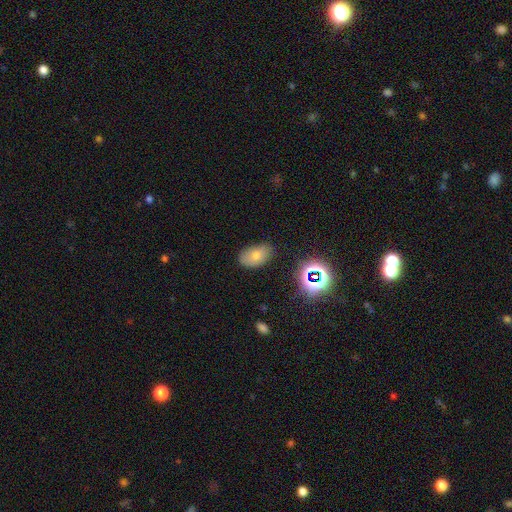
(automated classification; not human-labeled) Smooth or featured: smooth — 72% (star or artifact — 14%)
How rounded: in between — 89% (round — 9%)
Merging: none — 76% (minor disturbance — 17%)